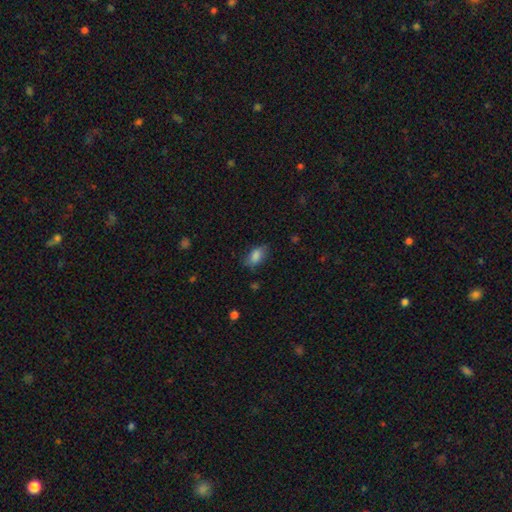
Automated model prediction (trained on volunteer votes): Morphology: type=smooth (84%); roundness=in between (89%); merging=none (73%).